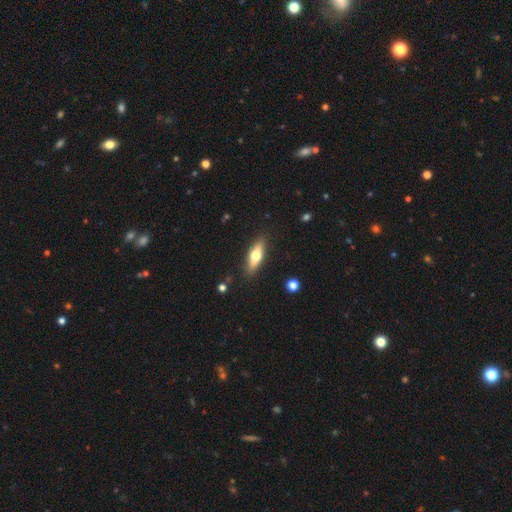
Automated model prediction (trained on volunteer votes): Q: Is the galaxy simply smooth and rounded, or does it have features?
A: smooth — 54%.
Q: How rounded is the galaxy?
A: cigar-shaped — 51%.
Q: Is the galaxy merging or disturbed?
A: none — 87%.